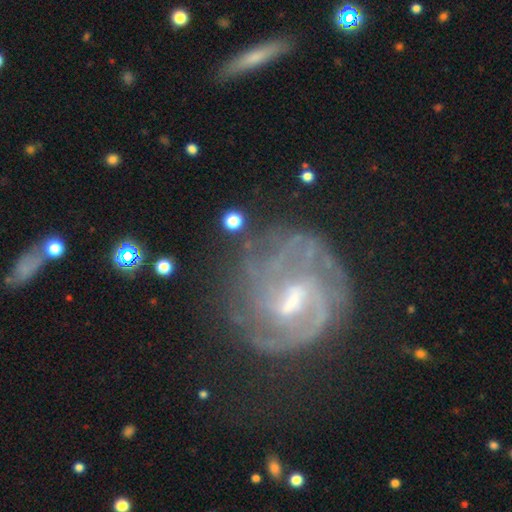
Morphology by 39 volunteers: Smooth or featured? featured or disk (79%)
Edge-on disk? no (94%)
Bar? weak (66%)
Spiral arms? yes (100%)
Spiral winding? medium (55%)
Spiral arm count? 2 (62%)
Bulge size? small (55%)
Merging? none (75%)